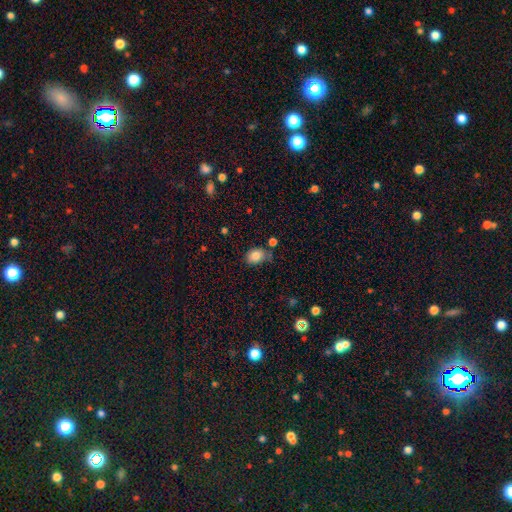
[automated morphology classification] The model was most divided on "how rounded": in between: 68%, round: 31%, cigar-shaped: 1%. More confident: smooth or featured — smooth (84%); merging — none (62%).